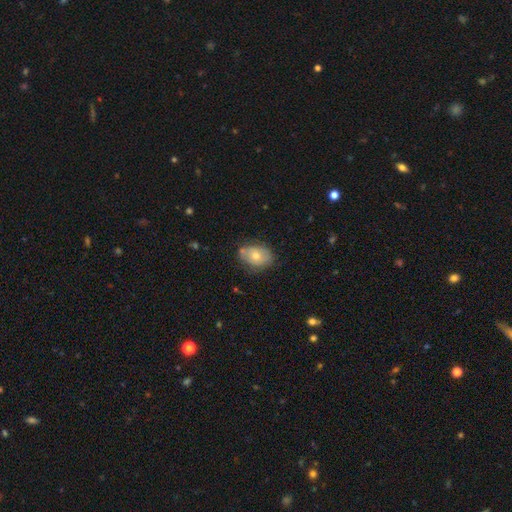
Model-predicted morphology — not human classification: Smooth or featured? Predicted: smooth (p=0.62). How rounded? Predicted: in between (p=0.75). Merging? Predicted: none (p=0.70).